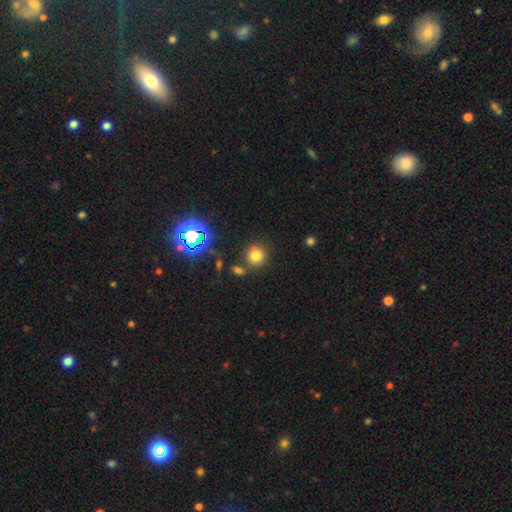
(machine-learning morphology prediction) The model was most divided on "smooth or featured": smooth: 71%, star or artifact: 21%, featured or disk: 8%. More confident: how rounded — round (92%); merging — none (75%).